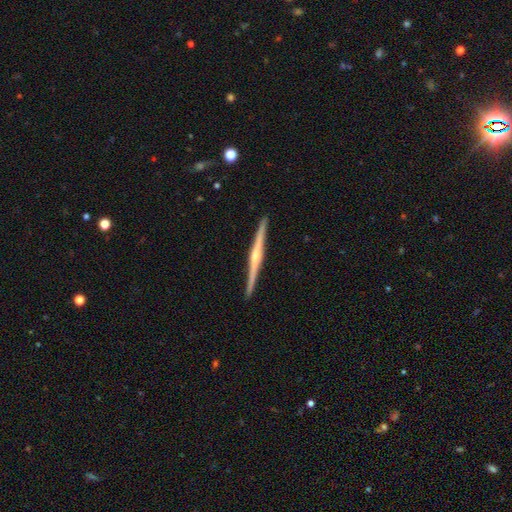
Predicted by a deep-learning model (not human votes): A featured or disk galaxy (83%) viewed edge-on (99%) with a rounded central bulge (78%).

Vote fractions:
- Smooth or featured? featured or disk: 83% / smooth: 13% / star or artifact: 5%
- Edge-on disk? yes: 99% / no: 1%
- Edge-on bulge? rounded: 78% / none: 14% / boxy: 9%
- Merging? none: 93% / minor disturbance: 5% / major disturbance: 1% / merger: 1%